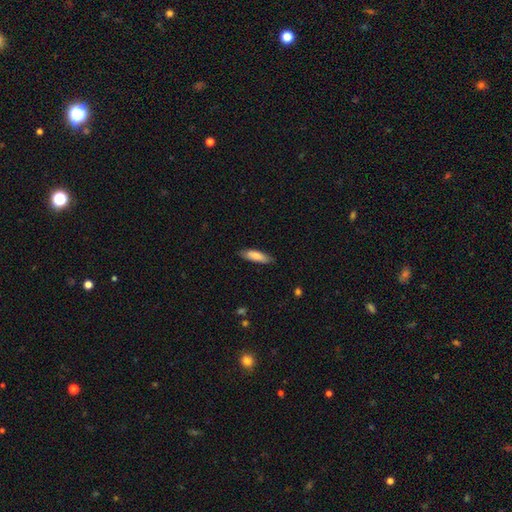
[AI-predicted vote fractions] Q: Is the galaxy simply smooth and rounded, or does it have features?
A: smooth — 82%.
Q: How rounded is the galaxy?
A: cigar-shaped — 57%.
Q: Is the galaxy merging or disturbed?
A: none — 81%.